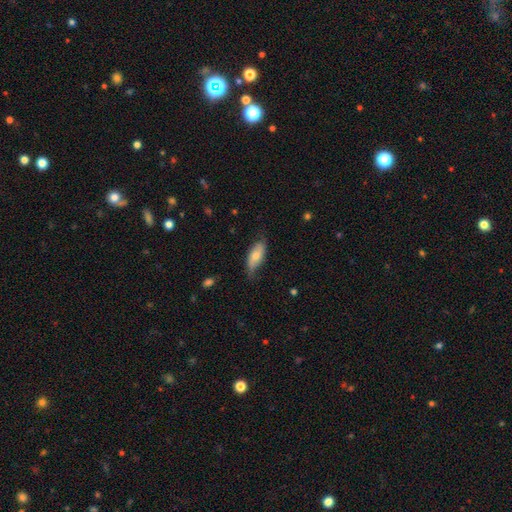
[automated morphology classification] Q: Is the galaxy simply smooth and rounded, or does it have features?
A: smooth — 65%.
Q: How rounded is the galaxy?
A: in between — 82%.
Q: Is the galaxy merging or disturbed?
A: none — 63%.